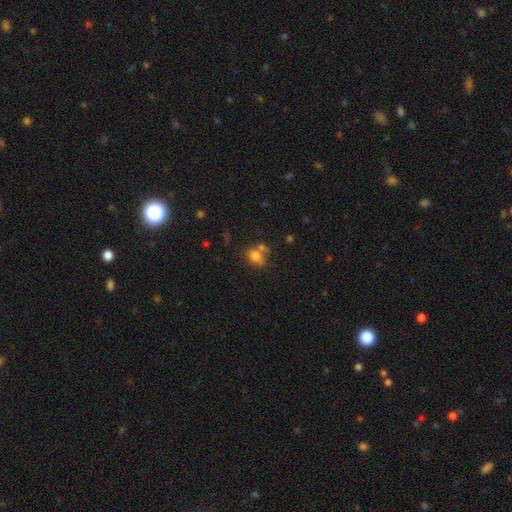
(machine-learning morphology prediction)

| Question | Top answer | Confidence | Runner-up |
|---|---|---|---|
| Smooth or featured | smooth | 75% | star or artifact (12%) |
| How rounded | in between | 52% | round (47%) |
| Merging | none | 44% | merger (34%) |